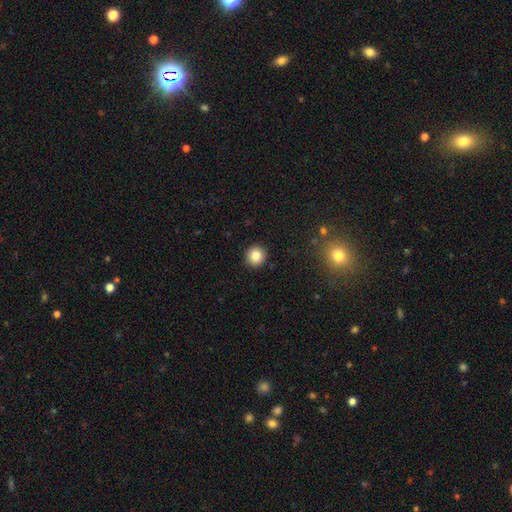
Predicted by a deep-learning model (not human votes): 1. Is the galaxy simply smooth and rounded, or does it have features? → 84% smooth, 11% star or artifact, 6% featured or disk.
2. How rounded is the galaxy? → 93% round, 6% in between, 1% cigar-shaped.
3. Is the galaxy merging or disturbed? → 93% none, 5% minor disturbance, 2% major disturbance, 1% merger.